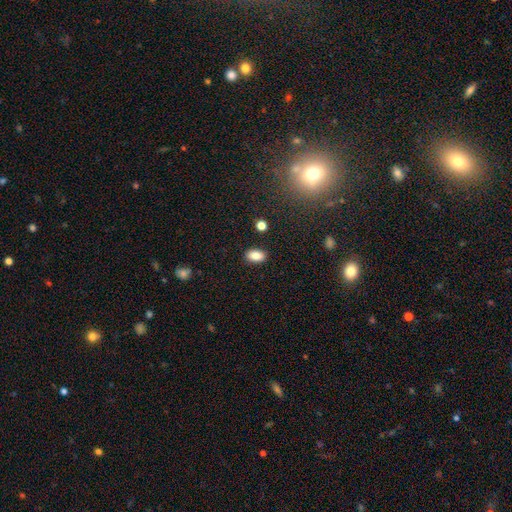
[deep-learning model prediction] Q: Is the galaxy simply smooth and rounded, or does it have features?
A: smooth — 85%.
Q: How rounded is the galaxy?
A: in between — 90%.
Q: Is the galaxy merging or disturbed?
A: none — 87%.